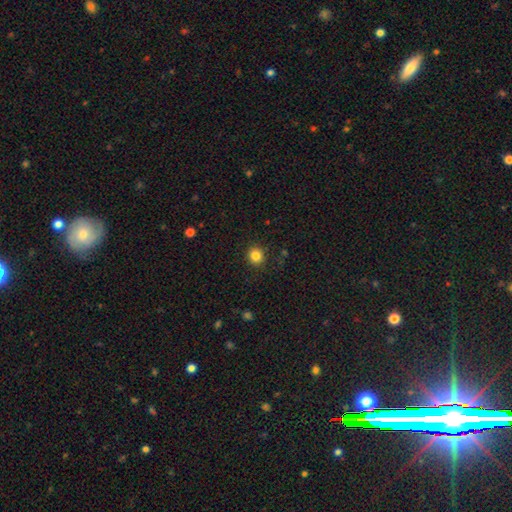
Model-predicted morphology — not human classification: This appears to be a smooth galaxy with no disk features (84%) that is round (91%). Merging: none (90%).